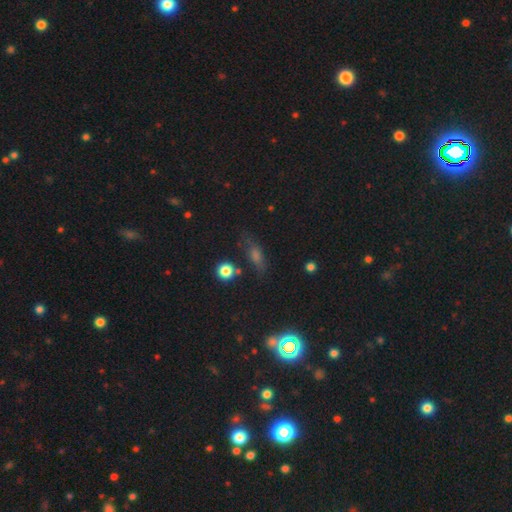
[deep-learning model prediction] smooth 52%, star or artifact 26%, featured or disk 22%. Down the decision tree: how rounded — in between (50%); merging — none (68%).